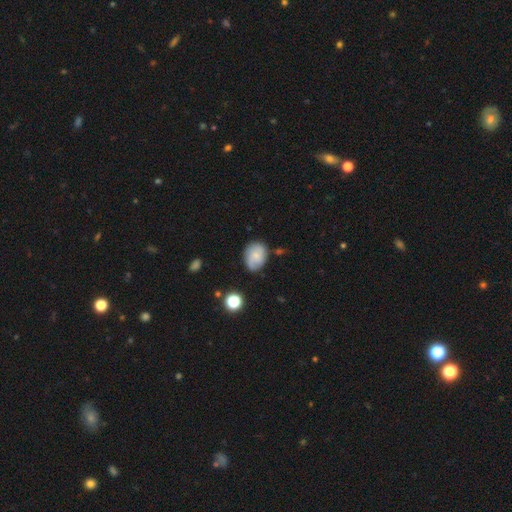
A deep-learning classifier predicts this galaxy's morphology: A smooth galaxy with no disk features (70%) that is in between round and cigar-shaped (60%).

Vote fractions:
- Smooth or featured? smooth: 70% / featured or disk: 22% / star or artifact: 9%
- How rounded? in between: 60% / round: 39% / cigar-shaped: 1%
- Merging? none: 67% / minor disturbance: 24% / major disturbance: 5% / merger: 4%